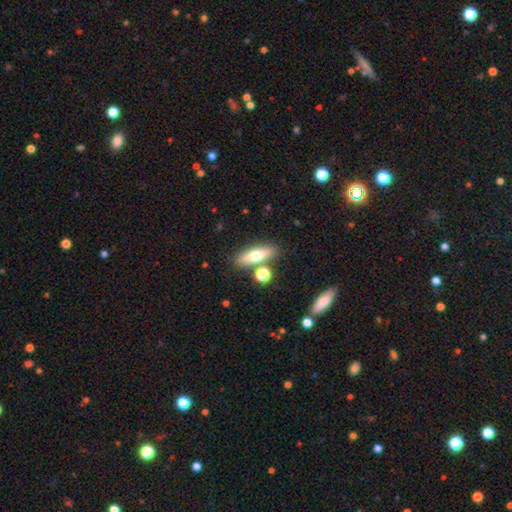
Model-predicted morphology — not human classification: Smooth or featured: smooth — 59% (featured or disk — 33%)
How rounded: in between — 48% (cigar-shaped — 46%)
Merging: none — 76% (merger — 10%)